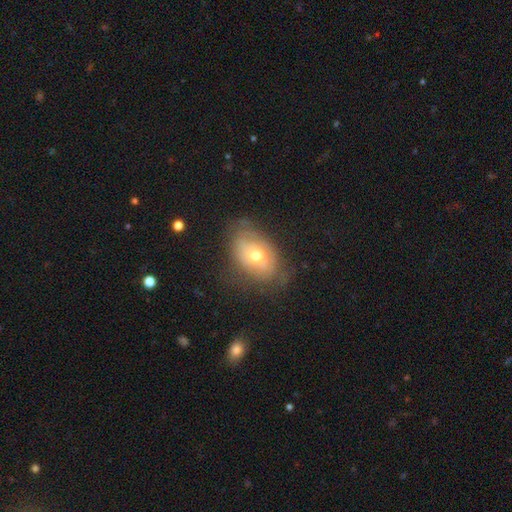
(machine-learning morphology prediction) Overall: featured or disk (50%; smooth 42%). Merging: none (64%; minor disturbance 25%).